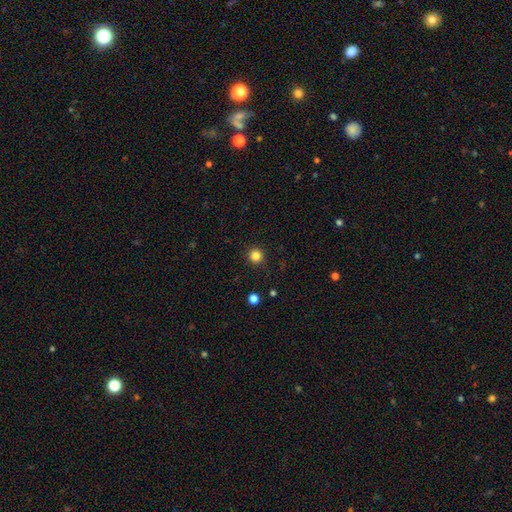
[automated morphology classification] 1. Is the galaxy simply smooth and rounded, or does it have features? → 84% smooth, 12% star or artifact, 4% featured or disk.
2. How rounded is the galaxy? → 95% round, 4% in between, 1% cigar-shaped.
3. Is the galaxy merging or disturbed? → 91% none, 6% minor disturbance, 2% major disturbance, 1% merger.